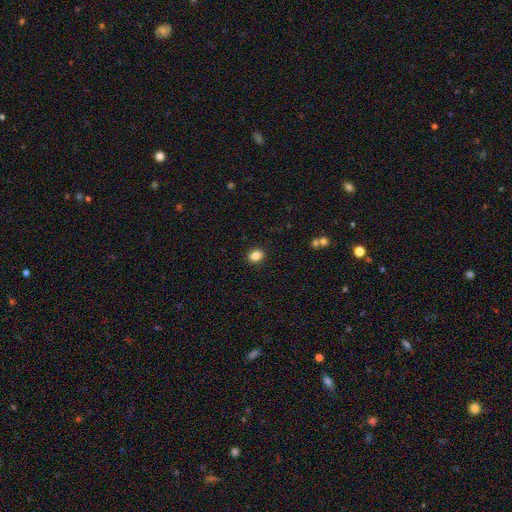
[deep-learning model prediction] Smooth or featured: smooth — 86% (star or artifact — 9%)
How rounded: in between — 61% (round — 38%)
Merging: none — 90% (minor disturbance — 6%)